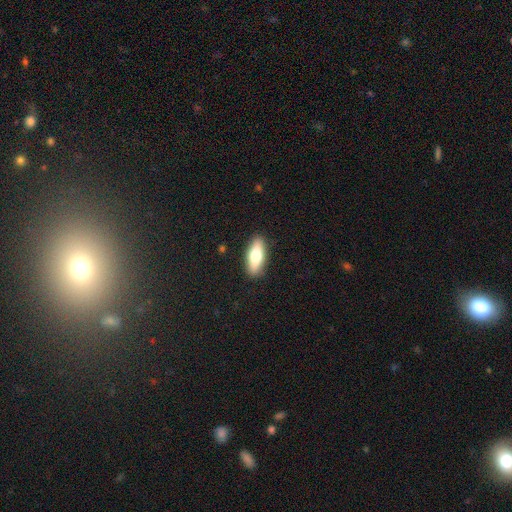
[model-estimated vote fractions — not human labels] Smooth or featured: smooth — 72% (featured or disk — 21%)
How rounded: in between — 70% (cigar-shaped — 28%)
Merging: none — 88% (minor disturbance — 9%)